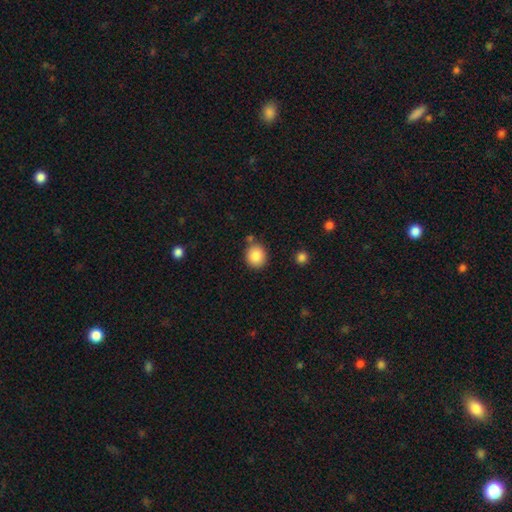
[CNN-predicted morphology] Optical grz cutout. It shows a smooth galaxy with no disk features (86%) that is round (79%). Merging: none (79%).